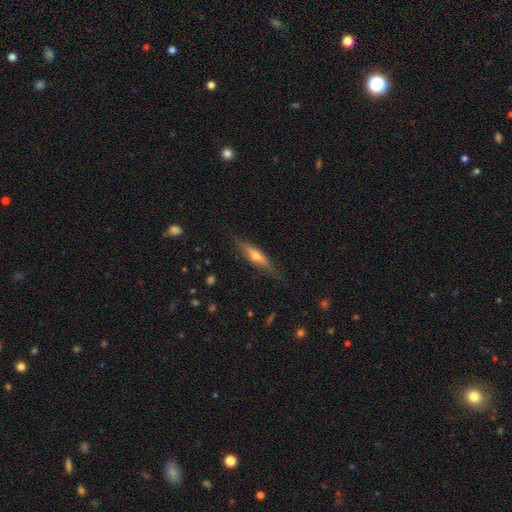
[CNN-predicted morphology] Smooth or featured? featured or disk (60%)
Edge-on disk? yes (93%)
Edge-on bulge? rounded (82%)
Merging? none (83%)